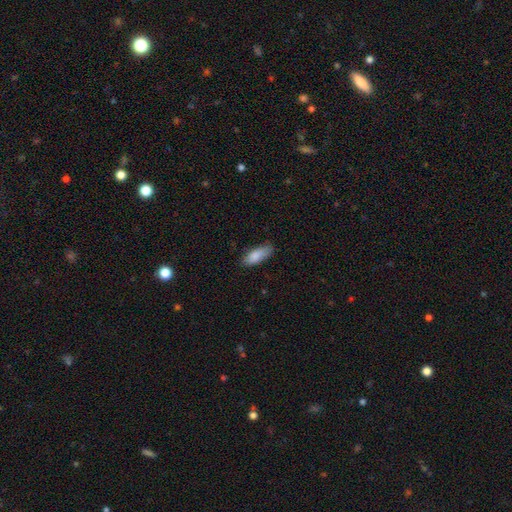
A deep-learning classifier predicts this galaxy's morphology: A smooth galaxy with no disk features (86%) that is in between round and cigar-shaped (74%). Merging: none (74%).